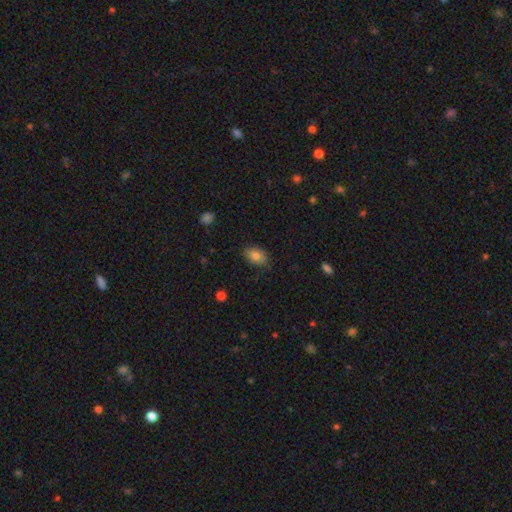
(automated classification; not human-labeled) smooth-or-featured: smooth: 82% | featured or disk: 9% | star or artifact: 8%
  how-rounded: in between: 86% | round: 13% | cigar-shaped: 1%
  merging: none: 79% | minor disturbance: 17% | major disturbance: 3% | merger: 1%